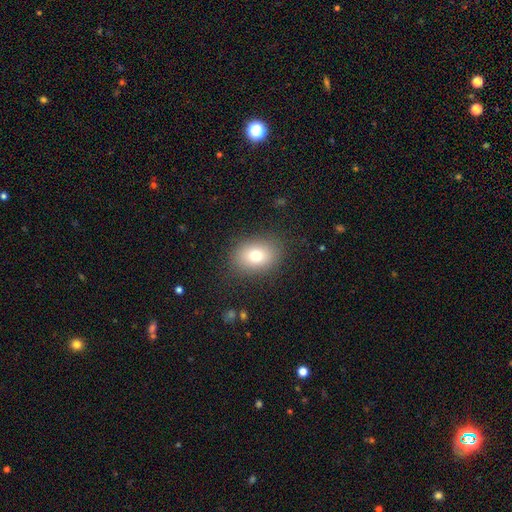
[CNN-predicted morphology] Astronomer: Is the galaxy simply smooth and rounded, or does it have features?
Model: smooth — 74%.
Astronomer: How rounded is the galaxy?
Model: in between — 60% (runner-up: round, 39%).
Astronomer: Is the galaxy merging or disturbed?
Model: none — 85%.